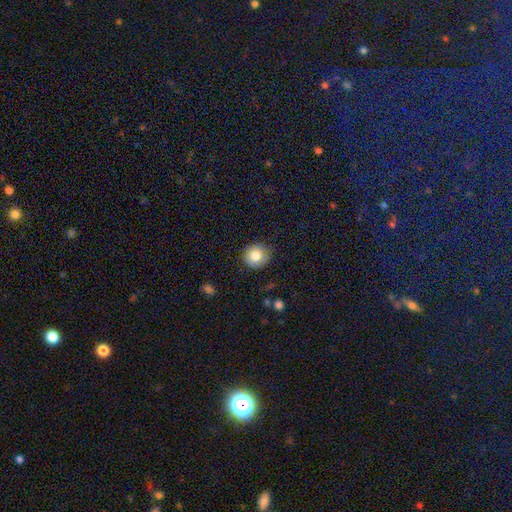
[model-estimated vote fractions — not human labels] Overall: smooth (81%). How rounded: round (90%). Merging: none (82%).